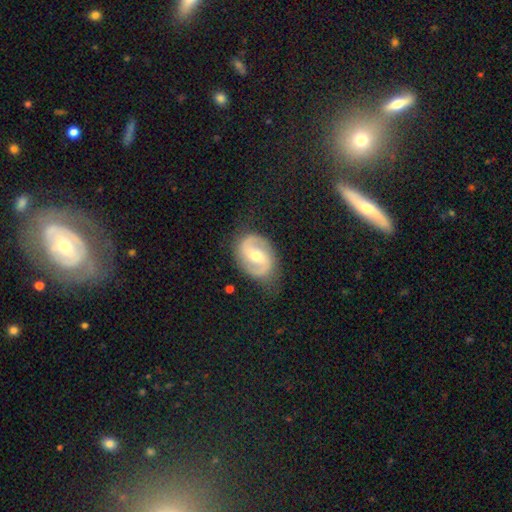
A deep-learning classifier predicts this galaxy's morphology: Q: Smooth or featured?
A: featured or disk (87%); runner-up: smooth (9%)
Q: Edge-on disk?
A: no (98%); runner-up: yes (2%)
Q: Bar?
A: weak (45%); runner-up: strong (29%)
Q: Spiral arms?
A: yes (96%); runner-up: no (4%)
Q: Spiral winding?
A: medium (54%); runner-up: loose (26%)
Q: Spiral arm count?
A: 2 (93%); runner-up: can't tell (2%)
Q: Bulge size?
A: moderate (61%); runner-up: small (33%)
Q: Merging?
A: none (82%); runner-up: minor disturbance (13%)